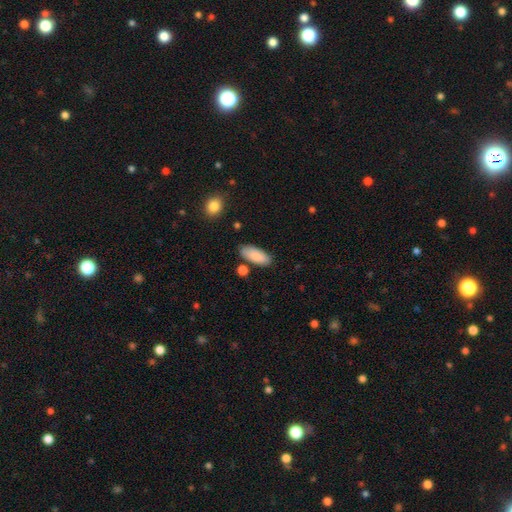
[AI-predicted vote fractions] Smooth or featured? Predicted: smooth (p=0.86). How rounded? Predicted: in between (p=0.82). Merging? Predicted: none (p=0.81).